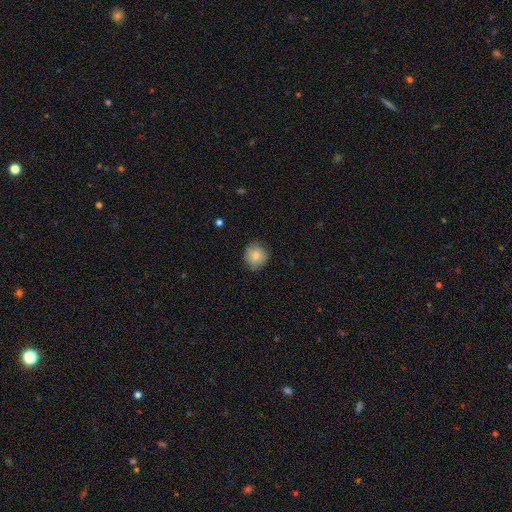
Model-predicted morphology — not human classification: This appears to be a smooth galaxy with no disk features (79%) that is round (90%). Merging: none (82%).